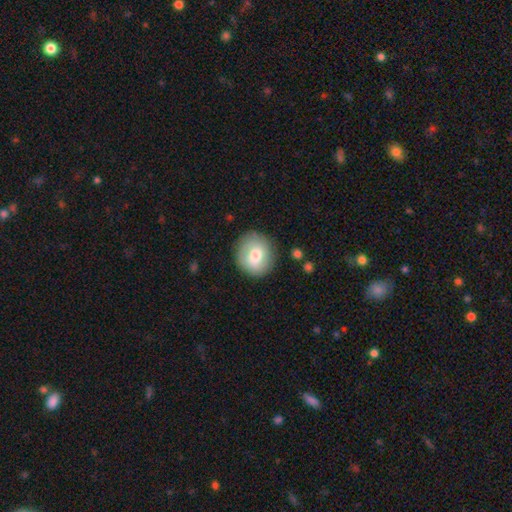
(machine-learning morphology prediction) Smooth or featured: smooth — 71% (featured or disk — 22%)
How rounded: round — 81% (in between — 18%)
Merging: none — 83% (minor disturbance — 12%)